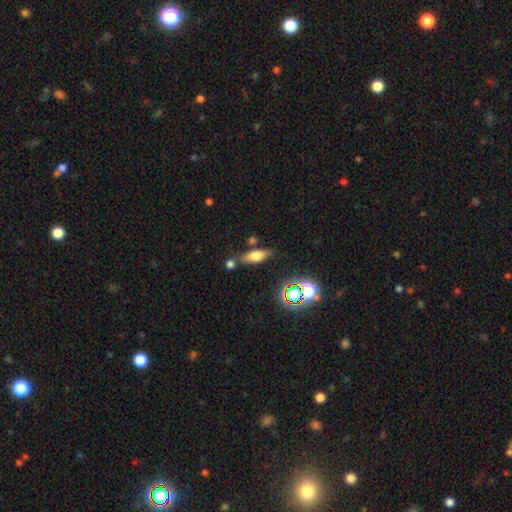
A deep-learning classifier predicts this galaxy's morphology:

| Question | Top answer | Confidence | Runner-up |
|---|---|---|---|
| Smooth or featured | smooth | 66% | featured or disk (19%) |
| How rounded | in between | 66% | cigar-shaped (28%) |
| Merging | none | 70% | minor disturbance (14%) |